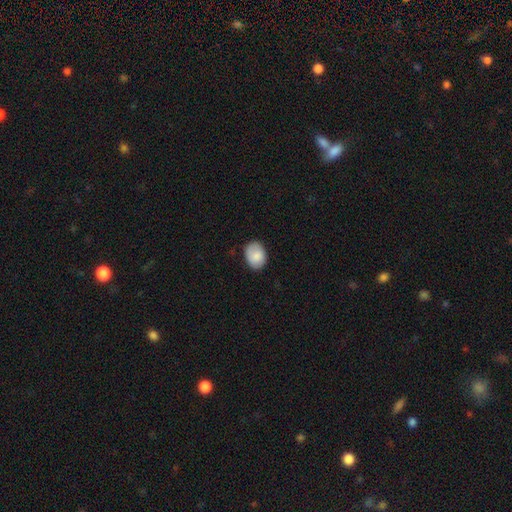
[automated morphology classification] smooth 84%, featured or disk 9%, star or artifact 7%. Down the decision tree: how rounded — in between (72%); merging — none (77%).